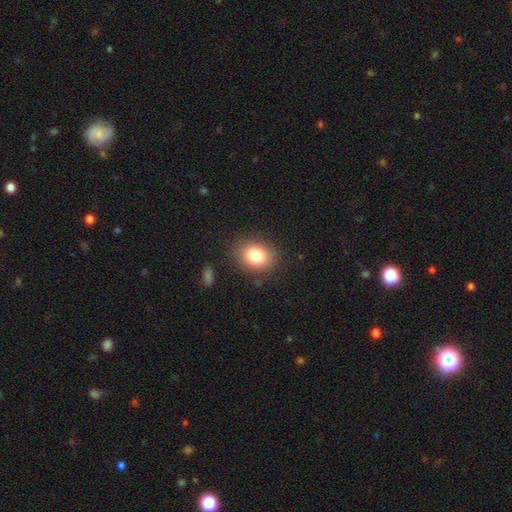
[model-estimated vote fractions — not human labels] A smooth galaxy with no disk features (81%) that is in between round and cigar-shaped (50%).

Vote fractions:
- Smooth or featured? smooth: 81% / star or artifact: 10% / featured or disk: 9%
- How rounded? in between: 50% / round: 49% / cigar-shaped: 1%
- Merging? none: 85% / minor disturbance: 10% / major disturbance: 4% / merger: 2%